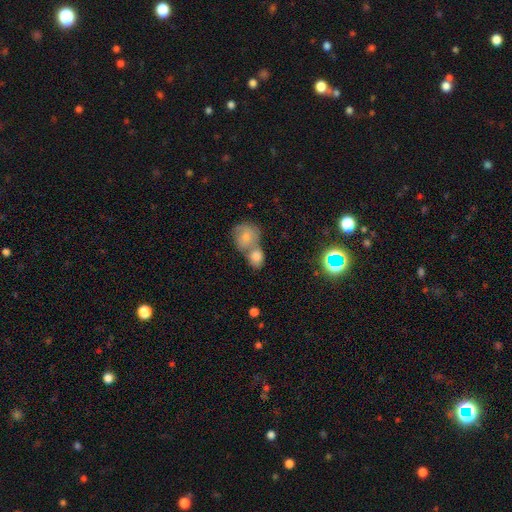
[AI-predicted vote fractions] Smooth or featured?
  - smooth: 63% *
  - featured or disk: 20%
  - star or artifact: 17%
How rounded?
  - round: 59% *
  - in between: 39%
  - cigar-shaped: 2%
Merging?
  - merger: 53% *
  - none: 35%
  - minor disturbance: 8%
  - major disturbance: 4%